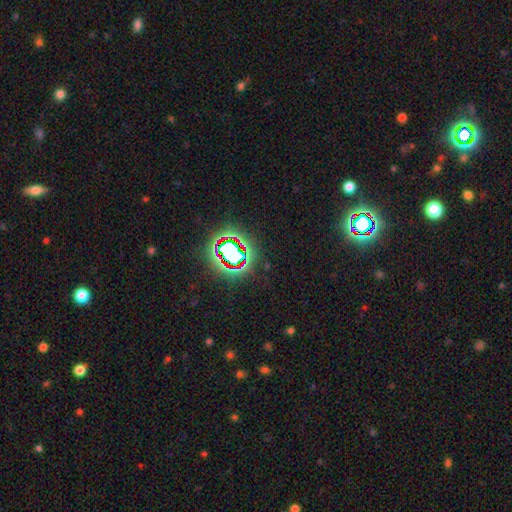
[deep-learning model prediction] The model was most divided on "smooth or featured": star or artifact: 80%, smooth: 11%, featured or disk: 8%.